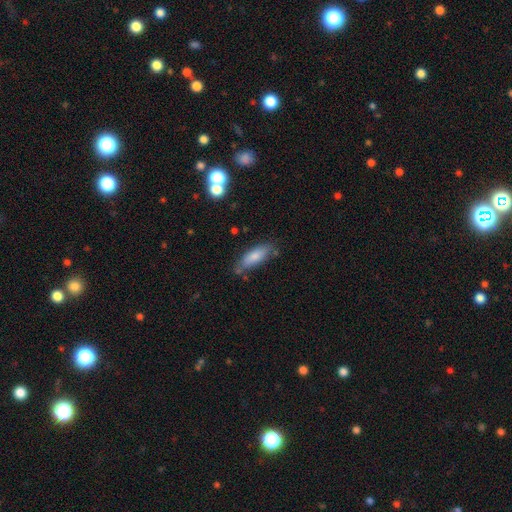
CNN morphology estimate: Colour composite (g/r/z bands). It shows a smooth galaxy with no disk features (77%) that is in between round and cigar-shaped (57%). Merging: none (70%).